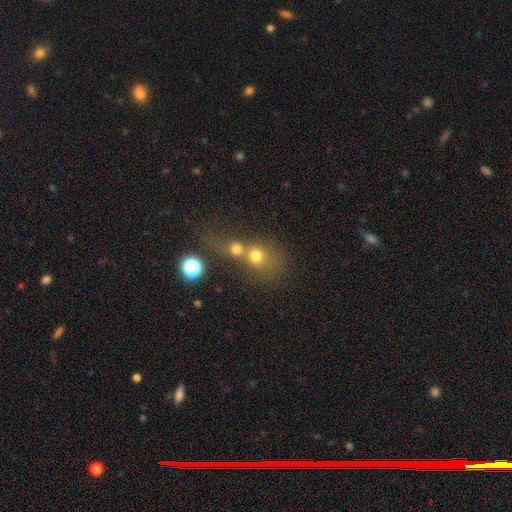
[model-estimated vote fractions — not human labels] smooth_or_featured: smooth (p=0.68) [alt: star or artifact p=0.17]
how_rounded: round (p=0.76) [alt: in between p=0.22]
merging: merger (p=0.61) [alt: none p=0.27]